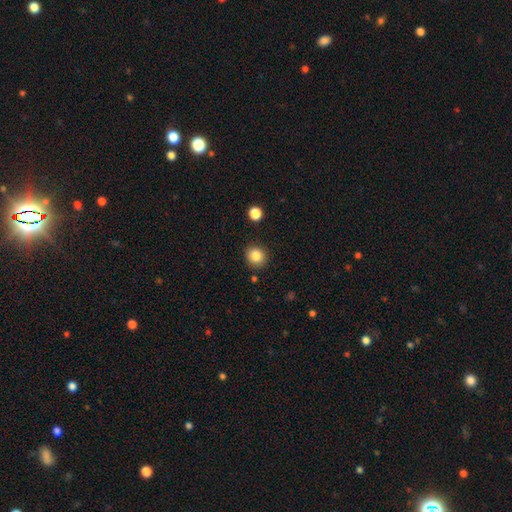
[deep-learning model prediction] smooth_or_featured: smooth (p=0.85) [alt: star or artifact p=0.10]
how_rounded: round (p=0.85) [alt: in between p=0.14]
merging: none (p=0.89) [alt: minor disturbance p=0.07]